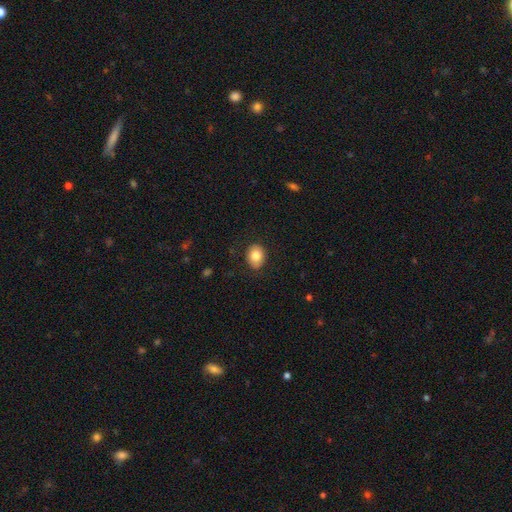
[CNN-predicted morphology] Smooth or featured? smooth (82%)
How rounded? in between (52%)
Merging? none (83%)